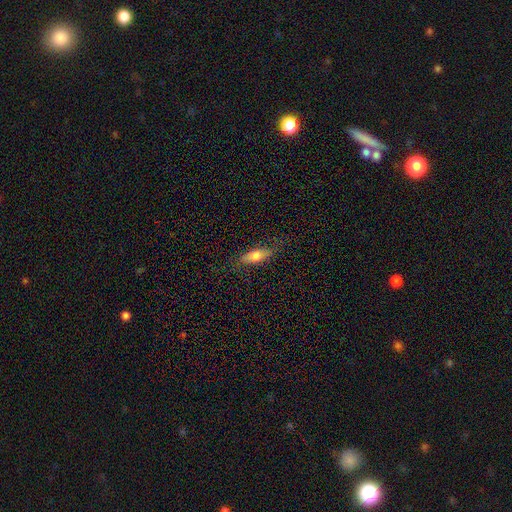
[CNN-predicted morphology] The model was most divided on "how rounded": in between: 62%, cigar-shaped: 36%, round: 3%. More confident: merging — none (78%); smooth or featured — smooth (66%).